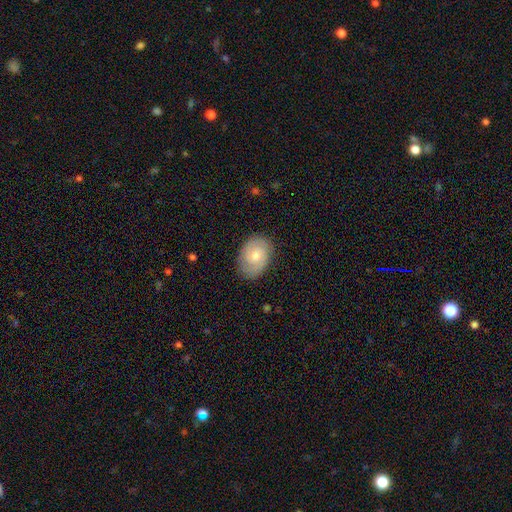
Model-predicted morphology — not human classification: type=smooth (49%); merging=none (81%).